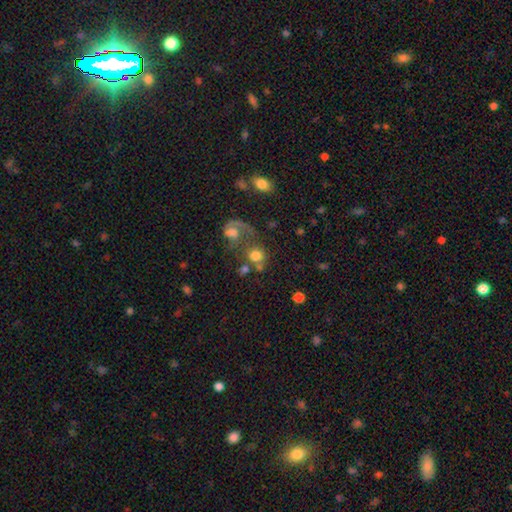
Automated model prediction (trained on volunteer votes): Q: Smooth or featured?
A: smooth (67%); runner-up: featured or disk (22%)
Q: How rounded?
A: round (78%); runner-up: in between (21%)
Q: Merging?
A: merger (40%); runner-up: none (33%)